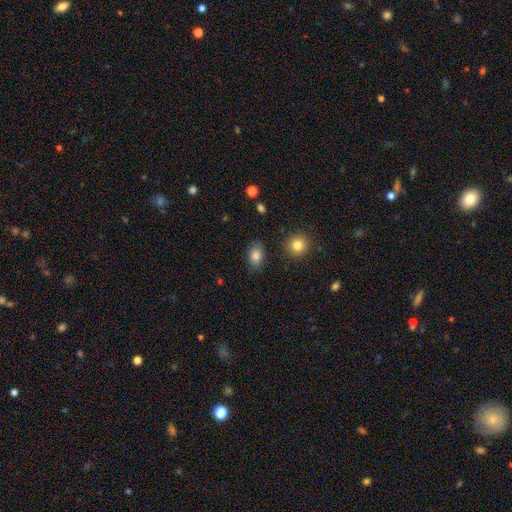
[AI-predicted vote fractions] Overall: smooth (83%). How rounded: in between (80%). Merging: none (81%).